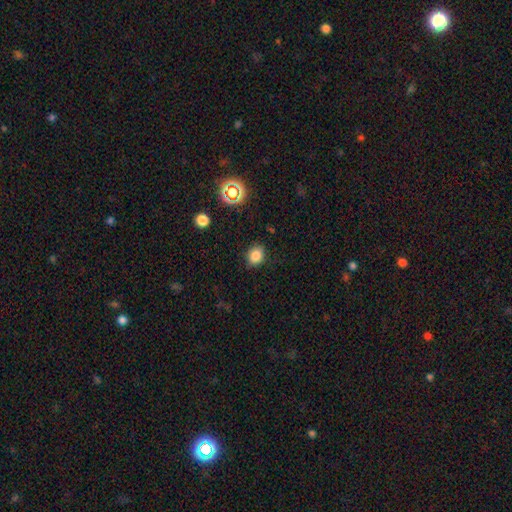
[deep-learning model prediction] smooth_or_featured: smooth (p=0.83) [alt: star or artifact p=0.13]
how_rounded: round (p=0.54) [alt: in between p=0.45]
merging: none (p=0.85) [alt: minor disturbance p=0.11]